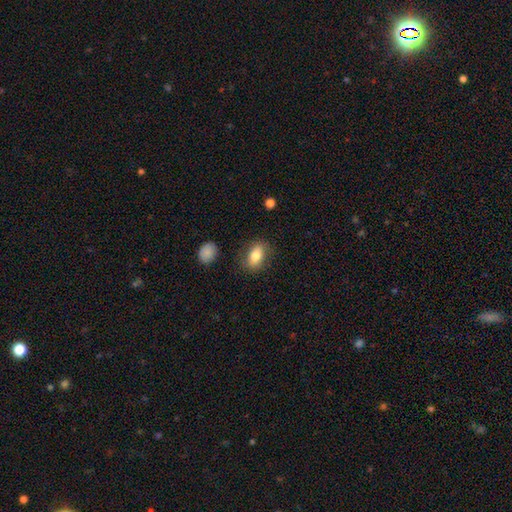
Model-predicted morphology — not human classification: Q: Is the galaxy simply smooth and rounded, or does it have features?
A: smooth — 78%.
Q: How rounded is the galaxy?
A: in between — 84%.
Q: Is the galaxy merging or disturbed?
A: none — 81%.